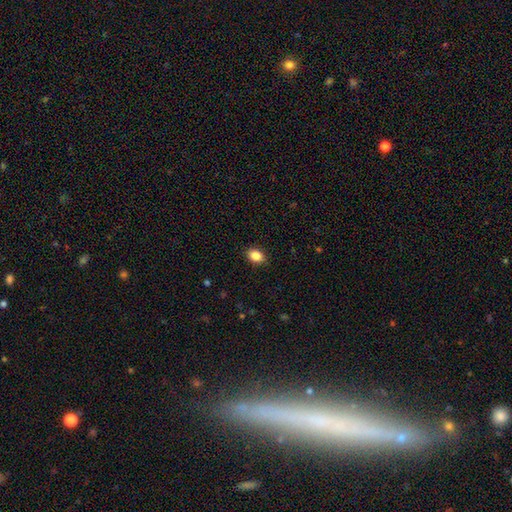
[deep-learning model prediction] Smooth or featured? smooth (87%)
How rounded? in between (74%)
Merging? none (89%)